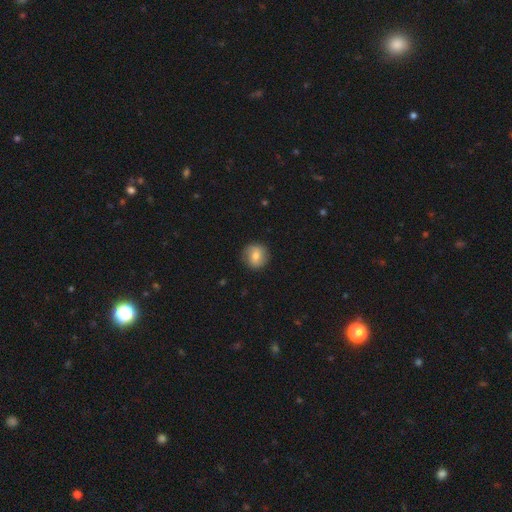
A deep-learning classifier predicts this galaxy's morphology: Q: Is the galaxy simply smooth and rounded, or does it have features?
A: smooth — 68%.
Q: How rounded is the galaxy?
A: round — 89%.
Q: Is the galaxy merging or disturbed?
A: none — 85%.